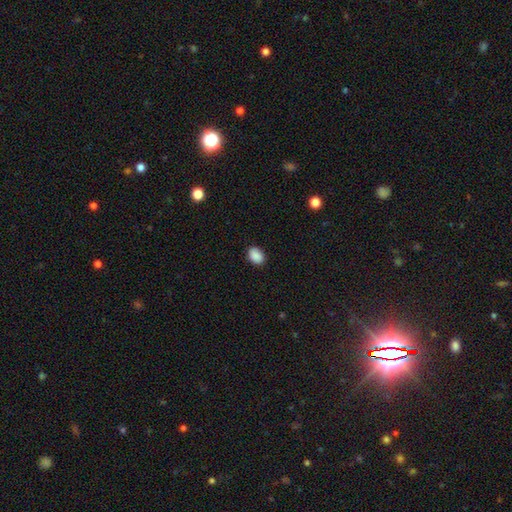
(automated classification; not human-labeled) The model was most divided on "how rounded": in between: 71%, round: 28%, cigar-shaped: 1%. More confident: smooth or featured — smooth (89%); merging — none (86%).